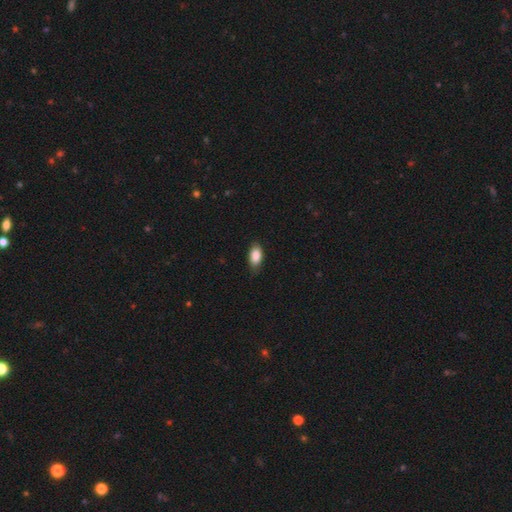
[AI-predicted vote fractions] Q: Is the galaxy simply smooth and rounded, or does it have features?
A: smooth — 88%.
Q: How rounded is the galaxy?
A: in between — 91%.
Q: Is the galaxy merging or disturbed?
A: none — 78%.